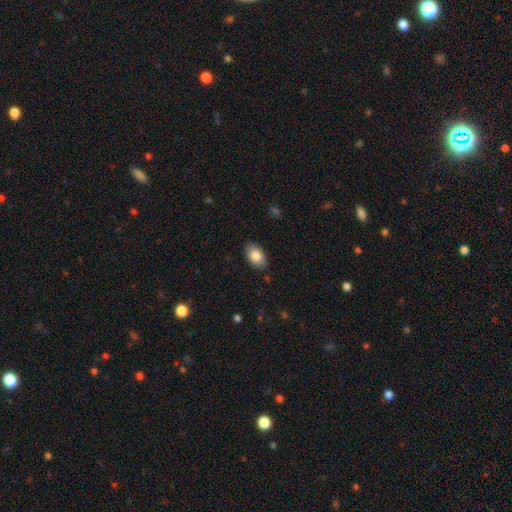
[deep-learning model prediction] A smooth galaxy with no disk features (85%) that is in between round and cigar-shaped (92%).

Vote fractions:
- Smooth or featured? smooth: 85% / featured or disk: 9% / star or artifact: 7%
- How rounded? in between: 92% / round: 7% / cigar-shaped: 1%
- Merging? none: 88% / minor disturbance: 9% / major disturbance: 2% / merger: 1%